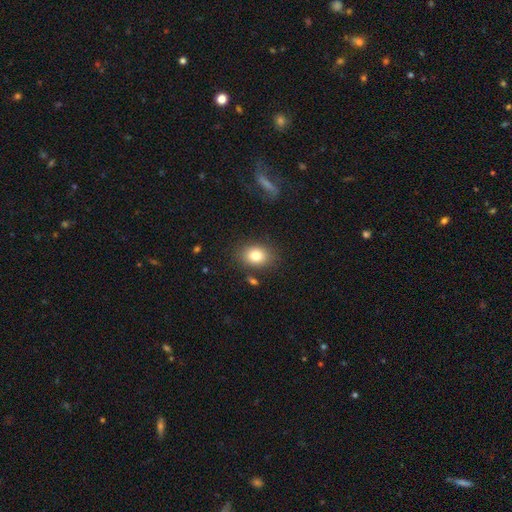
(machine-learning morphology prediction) This is clearly a smooth galaxy (81%). How rounded: possibly in between (58%). Merging: clearly none (82%).